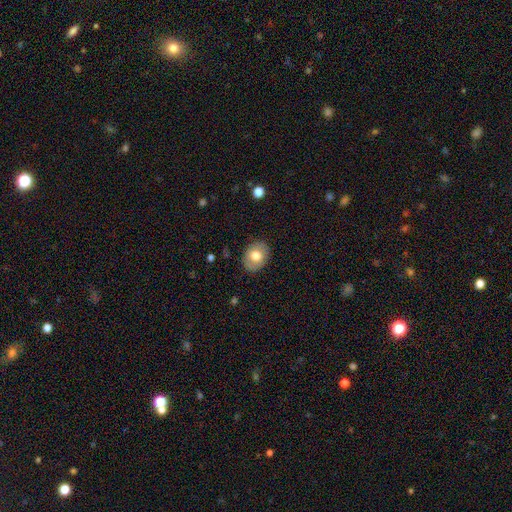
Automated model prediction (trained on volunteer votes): Overall: smooth (70%). How rounded: in between (58%; round 41%). Merging: none (86%).